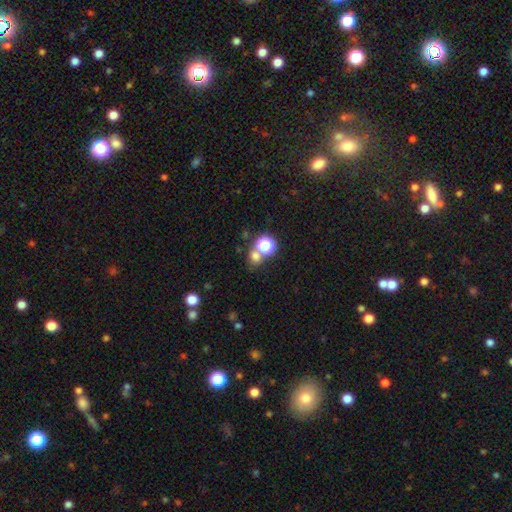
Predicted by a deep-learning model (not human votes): Smooth or featured?
  - smooth: 67% *
  - star or artifact: 25%
  - featured or disk: 8%
How rounded?
  - round: 75% *
  - in between: 24%
  - cigar-shaped: 1%
Merging?
  - none: 59% *
  - merger: 28%
  - minor disturbance: 8%
  - major disturbance: 4%